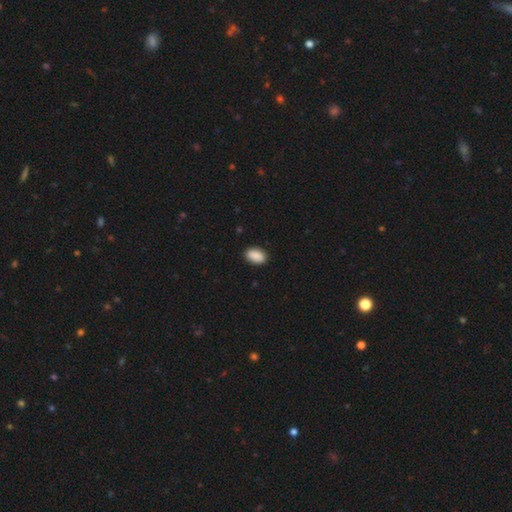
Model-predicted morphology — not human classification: Smooth or featured: smooth — 90% (star or artifact — 7%)
How rounded: in between — 91% (round — 7%)
Merging: none — 88% (minor disturbance — 9%)